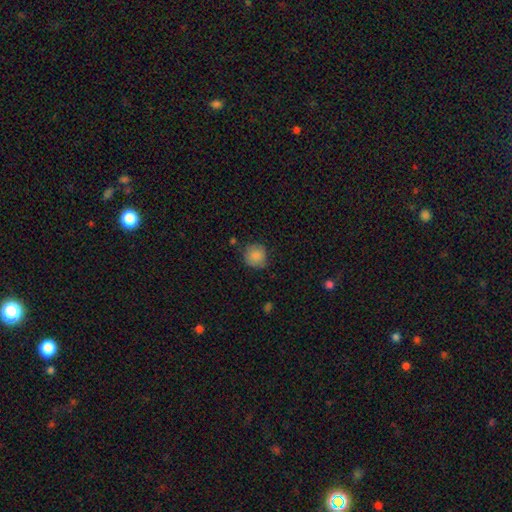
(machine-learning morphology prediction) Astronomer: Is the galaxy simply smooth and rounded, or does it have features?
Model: smooth — 85%.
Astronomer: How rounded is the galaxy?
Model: round — 89%.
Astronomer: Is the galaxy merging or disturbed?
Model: none — 74%.